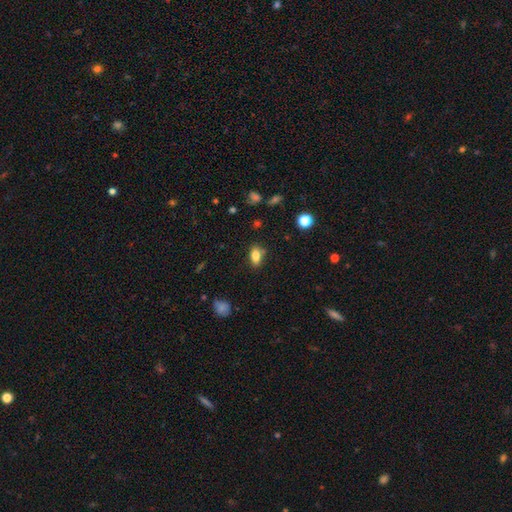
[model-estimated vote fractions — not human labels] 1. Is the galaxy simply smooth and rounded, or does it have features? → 81% smooth, 10% star or artifact, 9% featured or disk.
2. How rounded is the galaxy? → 85% in between, 8% round, 7% cigar-shaped.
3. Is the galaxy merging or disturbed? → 76% none, 15% minor disturbance, 6% merger, 3% major disturbance.